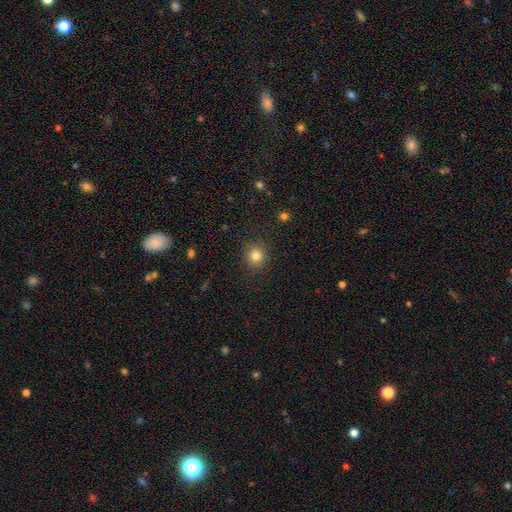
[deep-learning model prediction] smooth_or_featured: smooth (p=0.81) [alt: star or artifact p=0.12]
how_rounded: round (p=0.89) [alt: in between p=0.10]
merging: none (p=0.90) [alt: minor disturbance p=0.07]